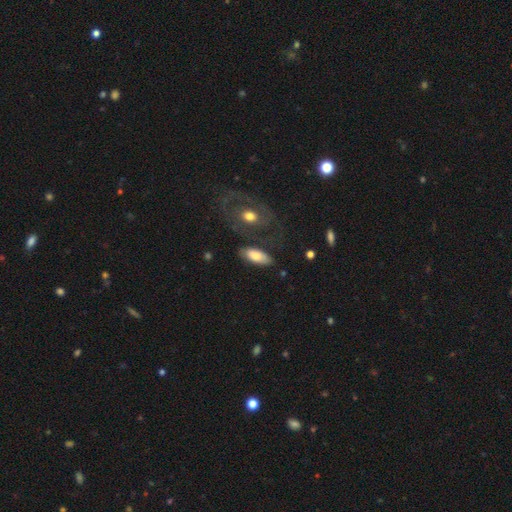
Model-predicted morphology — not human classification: A smooth galaxy with no disk features (74%) that is in between round and cigar-shaped (84%).

Vote fractions:
- Smooth or featured? smooth: 74% / featured or disk: 19% / star or artifact: 7%
- How rounded? in between: 84% / cigar-shaped: 13% / round: 3%
- Merging? none: 70% / minor disturbance: 17% / merger: 7% / major disturbance: 6%